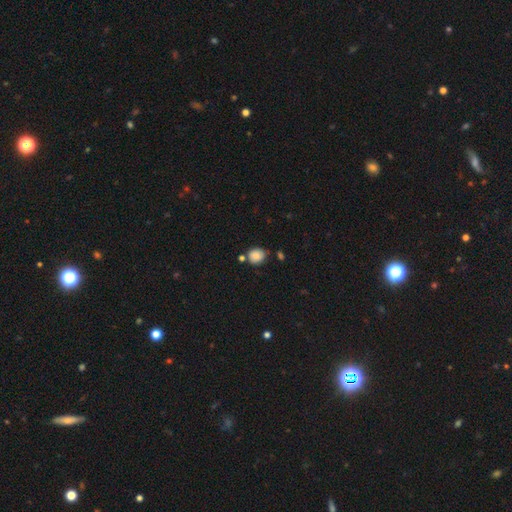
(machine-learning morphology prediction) A smooth galaxy with no disk features (84%) that is round (76%). Merging: none (70%).